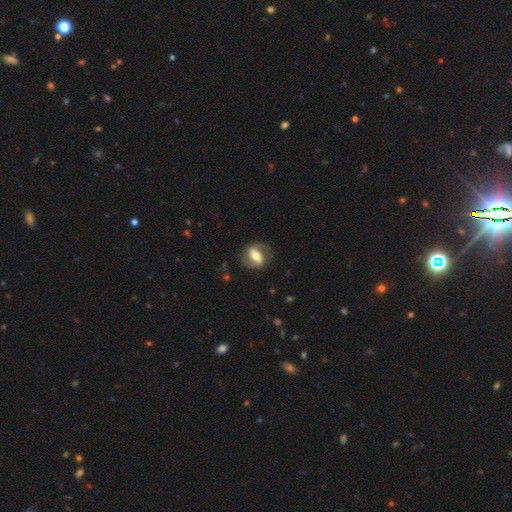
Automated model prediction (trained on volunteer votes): This appears to be a featured or disk galaxy (66%) with a strong bar (53%), spiral arms (77%) and a moderate central bulge (58%). Merging: none (75%).